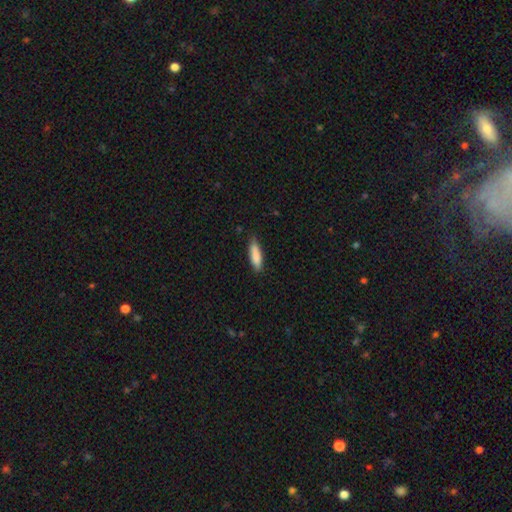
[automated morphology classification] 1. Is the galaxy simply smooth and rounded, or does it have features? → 86% smooth, 8% featured or disk, 6% star or artifact.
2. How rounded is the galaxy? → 67% cigar-shaped, 32% in between, 1% round.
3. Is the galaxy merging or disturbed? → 82% none, 15% minor disturbance, 2% major disturbance, 1% merger.